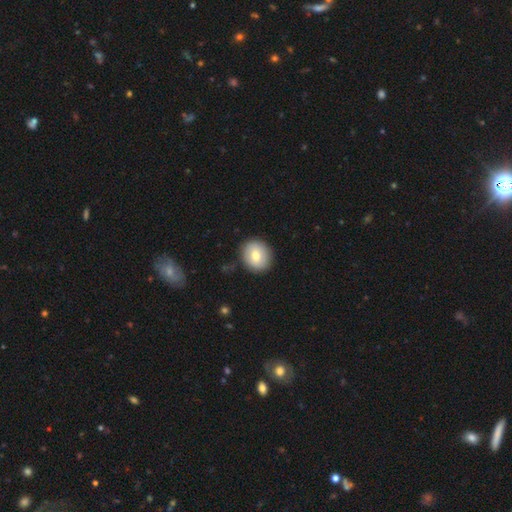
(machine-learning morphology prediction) This appears to be a smooth galaxy with no disk features (72%) that is round (79%). Merging: none (88%).